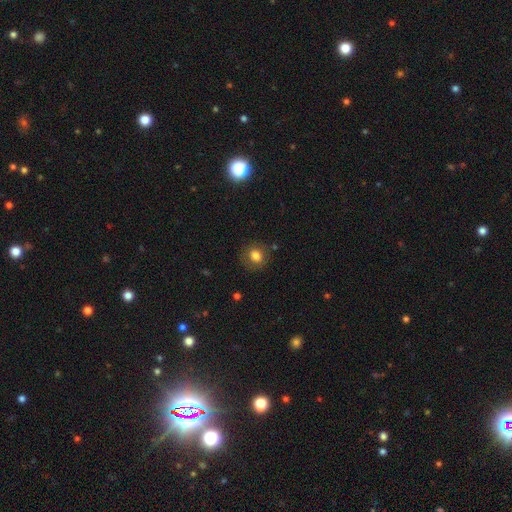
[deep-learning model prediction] smooth-or-featured: smooth: 79% | star or artifact: 11% | featured or disk: 10%
  how-rounded: round: 77% | in between: 22% | cigar-shaped: 1%
  merging: none: 82% | minor disturbance: 12% | major disturbance: 4% | merger: 2%